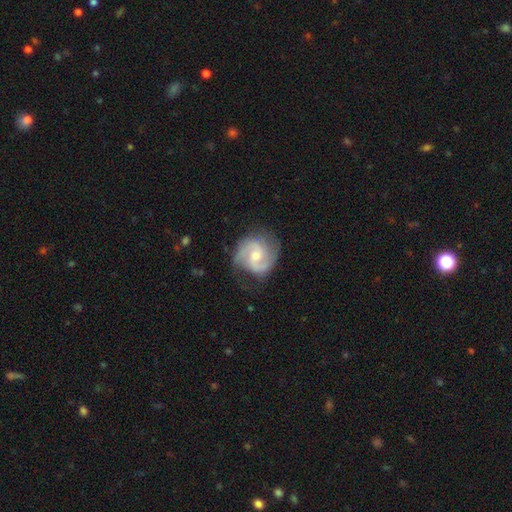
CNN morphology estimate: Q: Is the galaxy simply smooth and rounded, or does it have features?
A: featured or disk — 83%.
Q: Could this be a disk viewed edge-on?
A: no — 98%.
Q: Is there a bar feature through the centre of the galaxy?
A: weak — 46%, tied with no.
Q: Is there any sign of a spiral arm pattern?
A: yes — 96%.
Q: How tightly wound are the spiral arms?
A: medium — 53%.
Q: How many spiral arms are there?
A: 2 — 84%.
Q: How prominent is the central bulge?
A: moderate — 54%.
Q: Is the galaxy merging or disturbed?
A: none — 71%.